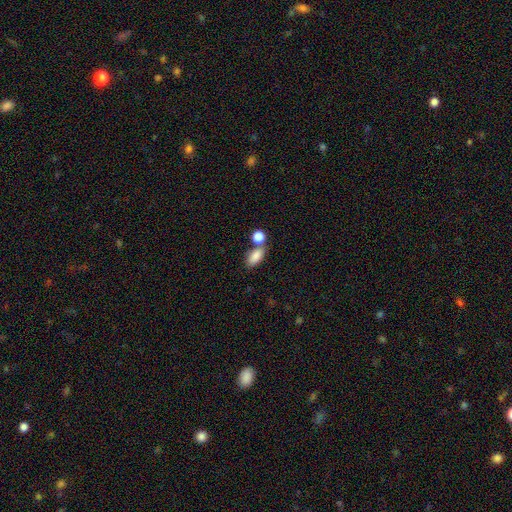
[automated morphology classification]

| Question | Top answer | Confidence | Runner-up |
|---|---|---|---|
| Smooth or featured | smooth | 85% | star or artifact (8%) |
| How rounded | in between | 87% | round (9%) |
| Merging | none | 54% | merger (30%) |